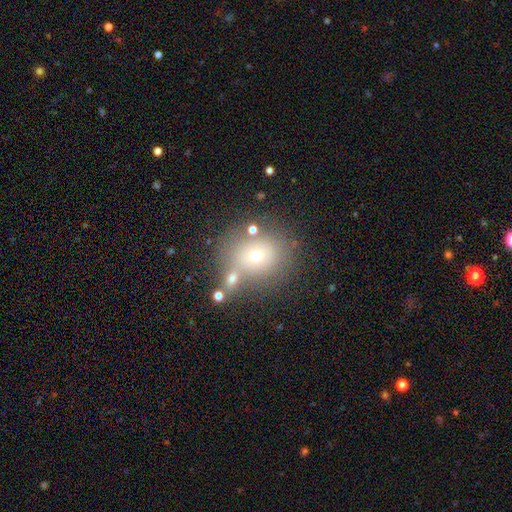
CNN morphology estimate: This is likely a smooth galaxy (61%). How rounded: likely round (74%). Merging: likely none (63%).